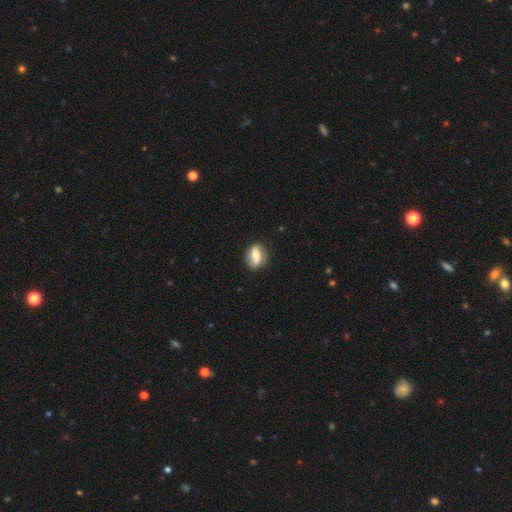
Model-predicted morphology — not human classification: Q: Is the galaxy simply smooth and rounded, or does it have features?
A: smooth — 61%.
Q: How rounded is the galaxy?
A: in between — 76%.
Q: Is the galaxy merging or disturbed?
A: none — 79%.